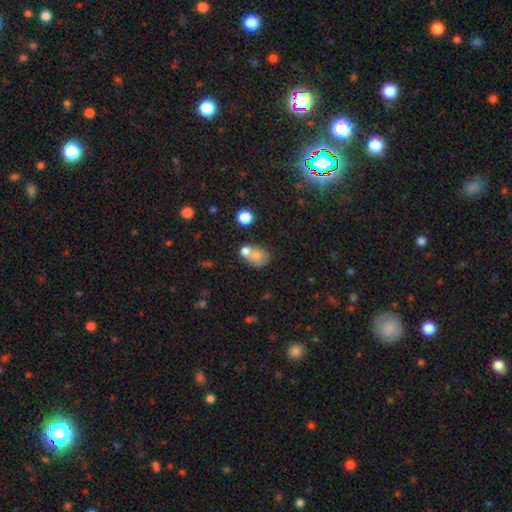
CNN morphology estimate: smooth_or_featured: smooth (p=0.70) [alt: featured or disk p=0.17]
how_rounded: in between (p=0.52) [alt: round p=0.47]
merging: merger (p=0.42) [alt: none p=0.32]